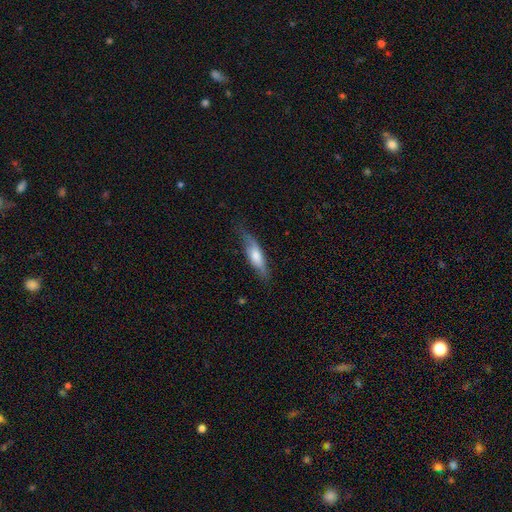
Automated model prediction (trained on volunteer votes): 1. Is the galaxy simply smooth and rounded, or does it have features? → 59% smooth, 34% featured or disk, 6% star or artifact.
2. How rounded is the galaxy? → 56% cigar-shaped, 42% in between, 2% round.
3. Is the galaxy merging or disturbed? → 67% none, 25% minor disturbance, 7% major disturbance, 1% merger.